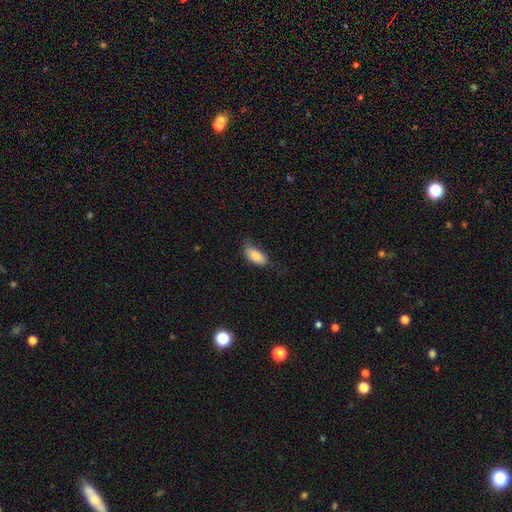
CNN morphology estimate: A smooth galaxy with no disk features (82%) that is in between round and cigar-shaped (90%). Merging: none (56%).